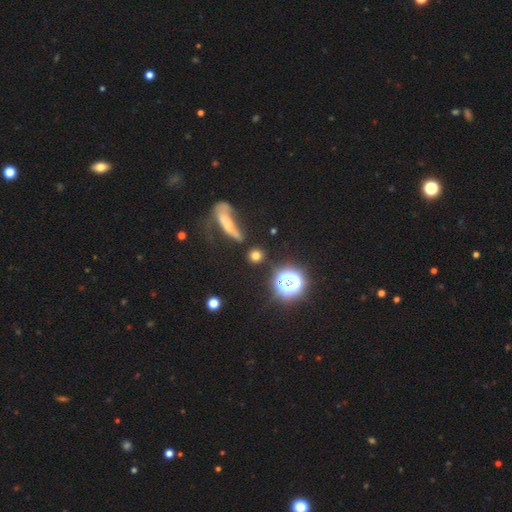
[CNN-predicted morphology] Smooth or featured? Predicted: smooth (p=0.66). How rounded? Predicted: round (p=0.85). Merging? Predicted: none (p=0.77).